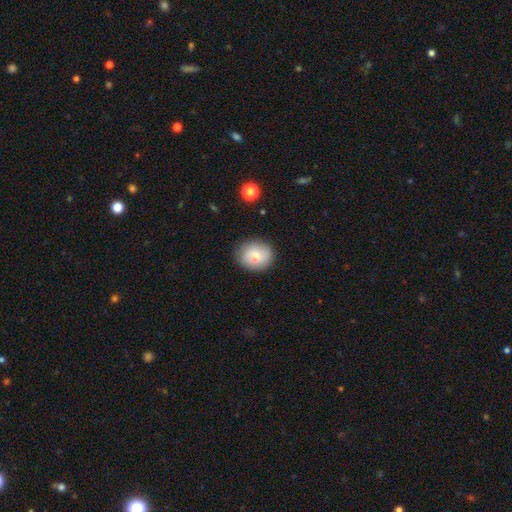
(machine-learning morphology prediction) smooth 77%, featured or disk 16%, star or artifact 7%. Down the decision tree: how rounded — round (62%); merging — none (80%).